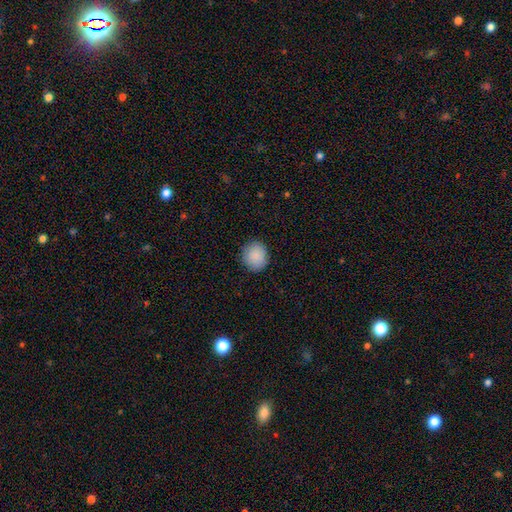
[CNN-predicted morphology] smooth 89%, star or artifact 8%, featured or disk 3%. Down the decision tree: how rounded — round (80%); merging — none (89%).